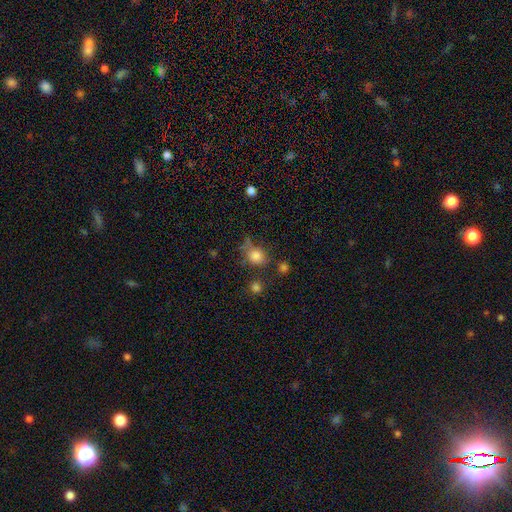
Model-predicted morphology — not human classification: A smooth galaxy with no disk features (81%) that is round (71%). Merging: none (62%).